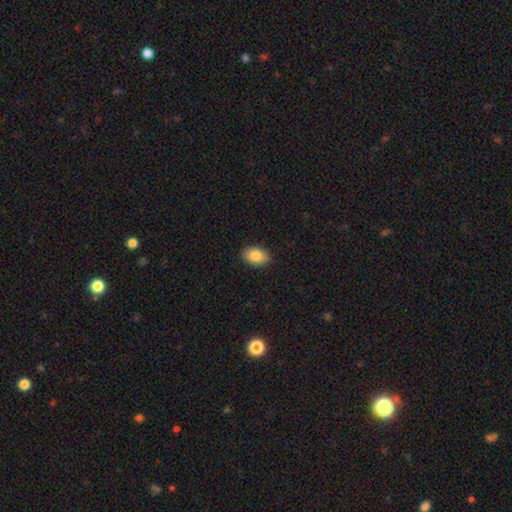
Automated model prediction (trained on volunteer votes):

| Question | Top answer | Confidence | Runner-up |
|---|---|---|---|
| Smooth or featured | smooth | 86% | star or artifact (7%) |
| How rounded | in between | 88% | round (10%) |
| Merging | none | 89% | minor disturbance (8%) |